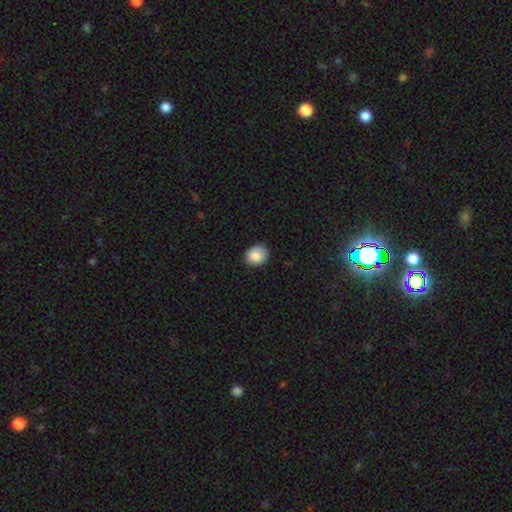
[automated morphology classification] Smooth or featured?
  - smooth: 85% *
  - star or artifact: 8%
  - featured or disk: 6%
How rounded?
  - round: 73% *
  - in between: 26%
  - cigar-shaped: 1%
Merging?
  - none: 82% *
  - minor disturbance: 14%
  - major disturbance: 2%
  - merger: 1%